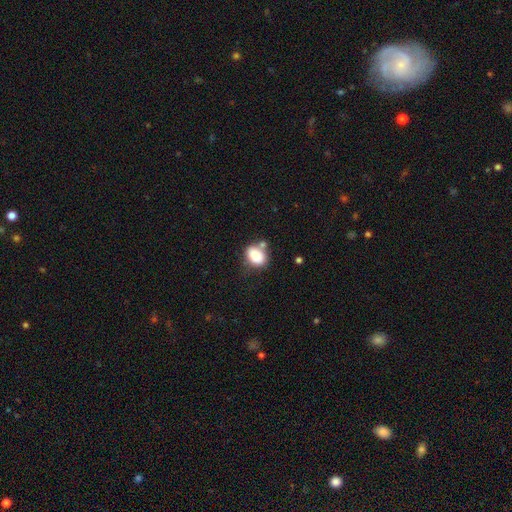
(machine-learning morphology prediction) Smooth or featured? smooth (83%)
How rounded? in between (75%)
Merging? none (51%)